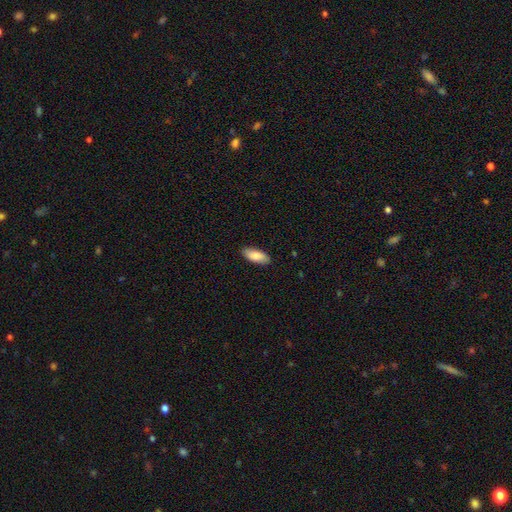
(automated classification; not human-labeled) A smooth galaxy with no disk features (82%) that is in between round and cigar-shaped (81%). Merging: none (88%).